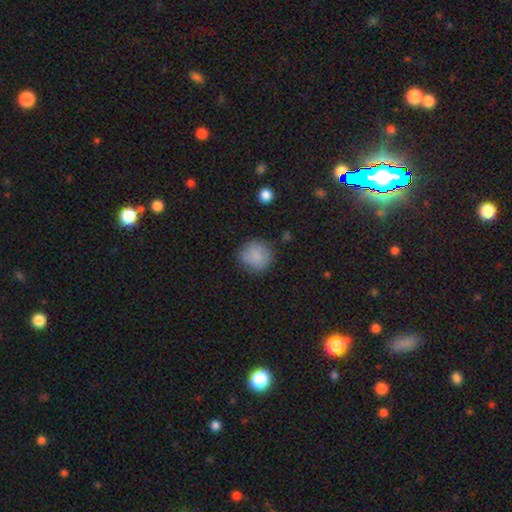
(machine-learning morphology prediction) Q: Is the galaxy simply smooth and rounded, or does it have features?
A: smooth — 84%.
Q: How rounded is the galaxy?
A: round — 88%.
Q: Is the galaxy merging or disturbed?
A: none — 78%.